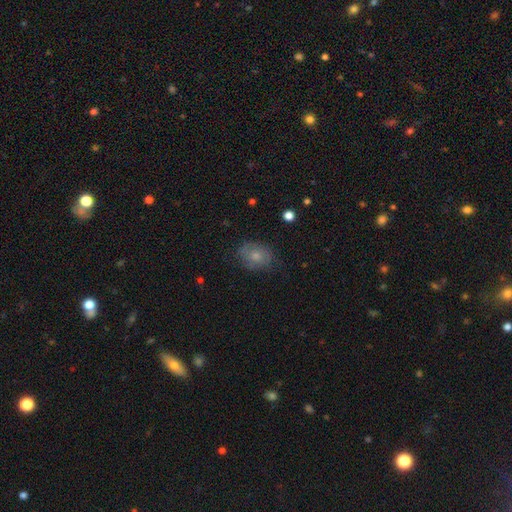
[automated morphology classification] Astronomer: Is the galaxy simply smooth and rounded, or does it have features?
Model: smooth — 65%.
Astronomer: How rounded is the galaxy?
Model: in between — 54% (runner-up: round, 44%).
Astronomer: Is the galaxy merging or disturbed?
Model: none — 72%.